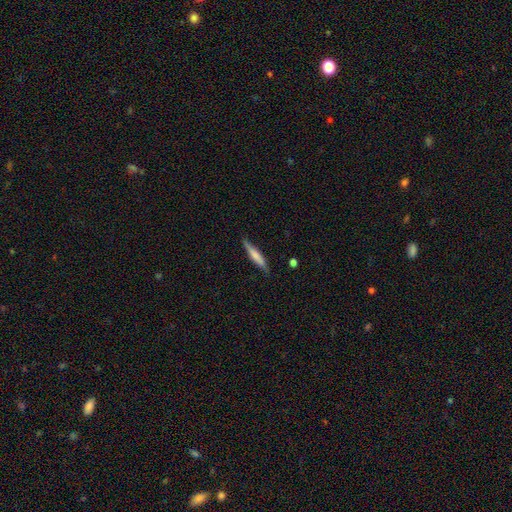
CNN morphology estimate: This is likely a smooth galaxy (63%). How rounded: clearly cigar-shaped (90%). Merging: clearly none (82%).